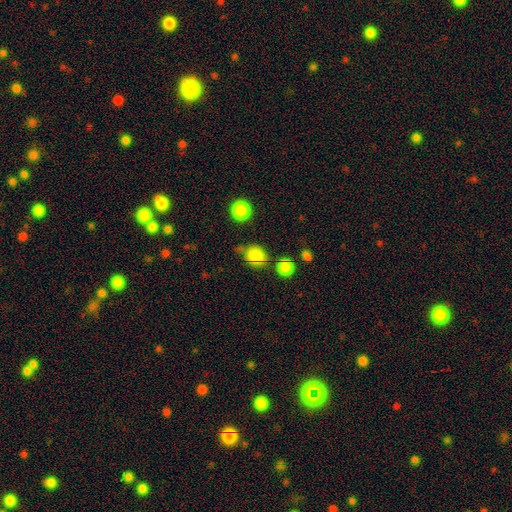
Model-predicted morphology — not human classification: This appears to be a smooth galaxy with no disk features (82%) that is round (66%). Merging: none (64%).